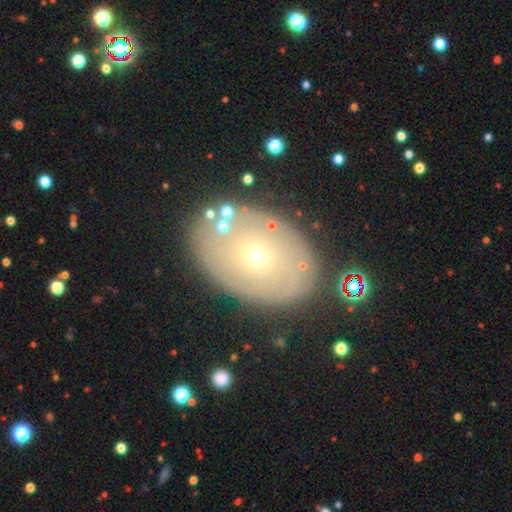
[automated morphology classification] This is possibly a featured or disk galaxy (48%). Merging: likely none (80%).